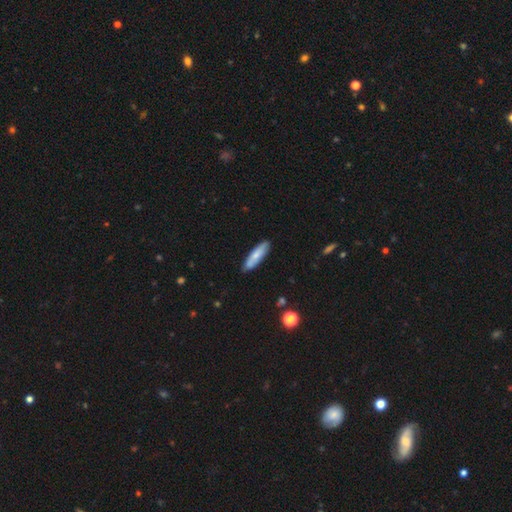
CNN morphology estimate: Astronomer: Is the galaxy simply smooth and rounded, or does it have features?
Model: smooth — 68%.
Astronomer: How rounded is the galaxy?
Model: cigar-shaped — 65%.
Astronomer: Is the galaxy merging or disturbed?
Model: none — 84%.